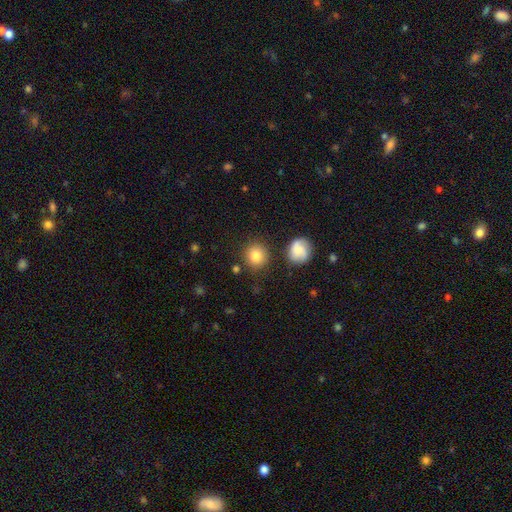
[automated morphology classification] type=smooth (84%); roundness=round (90%); merging=none (84%).